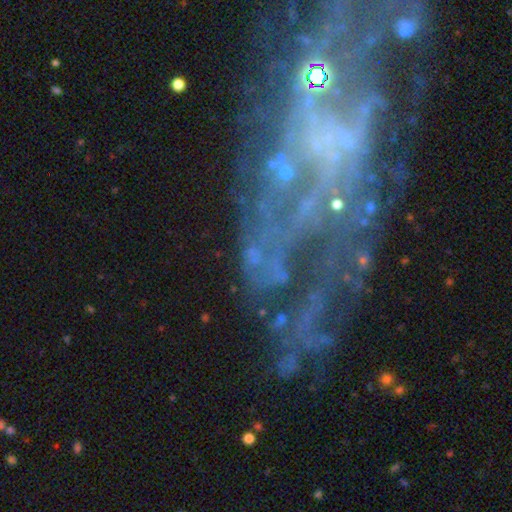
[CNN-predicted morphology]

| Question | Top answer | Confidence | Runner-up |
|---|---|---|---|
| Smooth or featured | featured or disk | 59% | star or artifact (26%) |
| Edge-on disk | no | 93% | yes (7%) |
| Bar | no | 53% | weak (24%) |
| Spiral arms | yes | 77% | no (23%) |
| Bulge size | small | 48% | moderate (25%) |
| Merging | none | 55% | major disturbance (20%) |